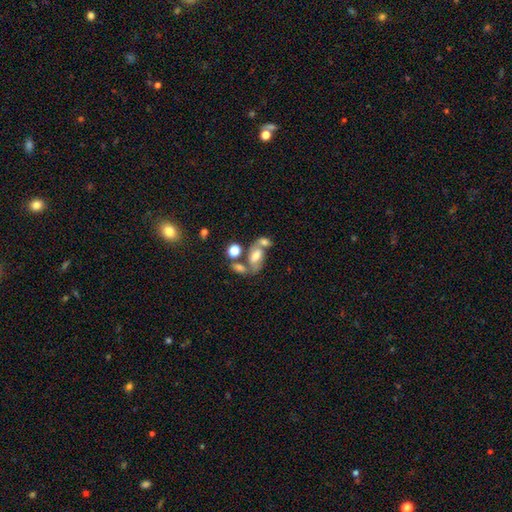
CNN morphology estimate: smooth-or-featured: smooth: 51% | featured or disk: 37% | star or artifact: 12%
  how-rounded: in between: 86% | round: 10% | cigar-shaped: 4%
  merging: merger: 43% | none: 32% | minor disturbance: 14% | major disturbance: 11%